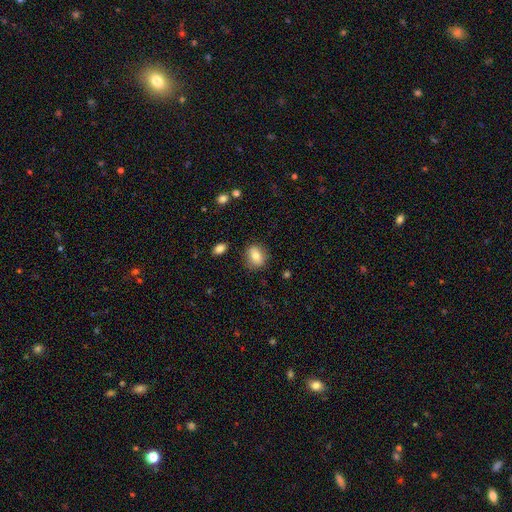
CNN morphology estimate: Overall: smooth (78%). How rounded: in between (50%; round 48%). Merging: none (83%).